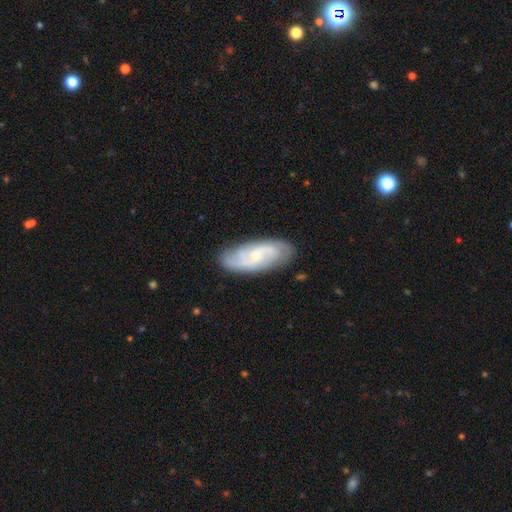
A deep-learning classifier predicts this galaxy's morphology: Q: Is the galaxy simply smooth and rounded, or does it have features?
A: featured or disk — 71%.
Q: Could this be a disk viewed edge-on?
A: no — 92%.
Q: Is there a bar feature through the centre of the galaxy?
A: no — 49%.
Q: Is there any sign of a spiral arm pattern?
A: yes — 94%.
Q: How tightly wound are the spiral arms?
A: medium — 44%.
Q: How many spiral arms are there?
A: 2 — 48%.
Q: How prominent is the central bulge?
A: small — 62%.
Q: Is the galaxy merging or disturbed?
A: none — 81%.